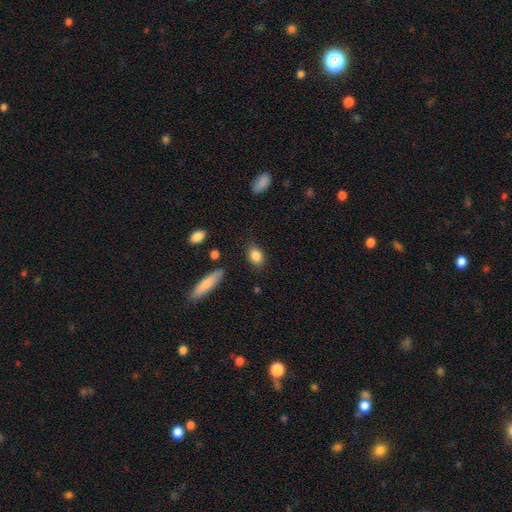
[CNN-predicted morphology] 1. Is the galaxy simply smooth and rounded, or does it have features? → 85% smooth, 8% star or artifact, 7% featured or disk.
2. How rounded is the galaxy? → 78% in between, 19% round, 3% cigar-shaped.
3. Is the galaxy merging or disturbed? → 81% none, 14% minor disturbance, 3% major disturbance, 2% merger.